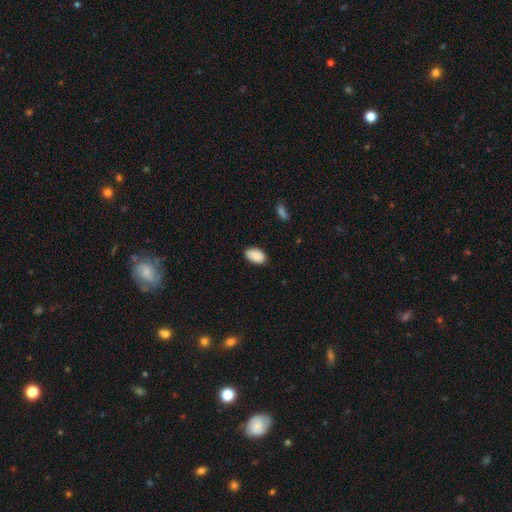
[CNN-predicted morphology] smooth_or_featured: smooth (p=0.90) [alt: star or artifact p=0.07]
how_rounded: in between (p=0.94) [alt: round p=0.05]
merging: none (p=0.86) [alt: minor disturbance p=0.11]